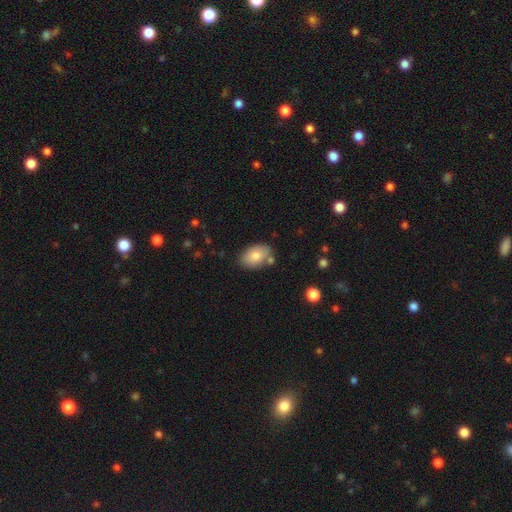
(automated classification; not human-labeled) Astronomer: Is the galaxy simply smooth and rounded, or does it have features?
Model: smooth — 82%.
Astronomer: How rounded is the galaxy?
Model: in between — 89%.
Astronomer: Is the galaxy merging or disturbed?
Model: none — 75%.